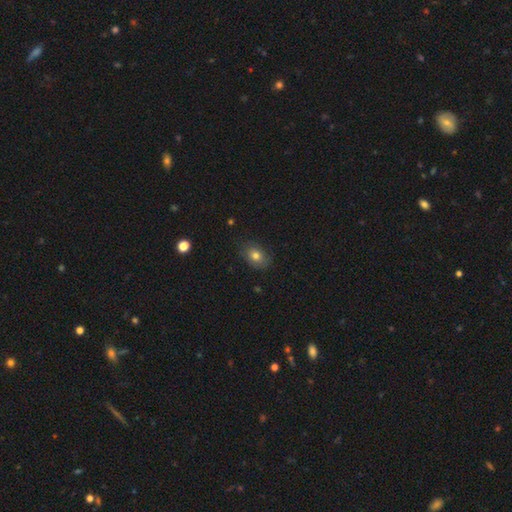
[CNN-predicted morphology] Smooth or featured? smooth (76%)
How rounded? in between (71%)
Merging? none (79%)